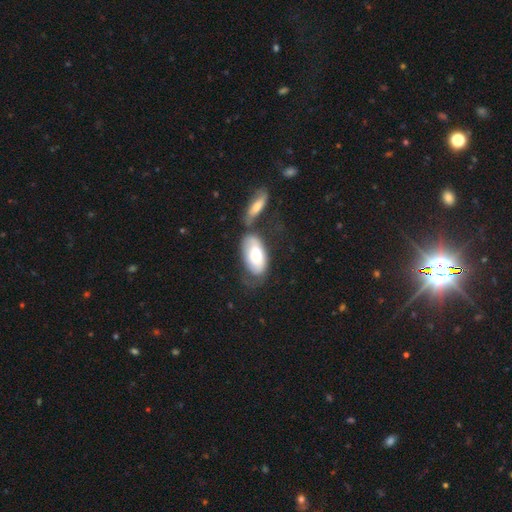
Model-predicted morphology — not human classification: A smooth galaxy with no disk features (63%) that is in between round and cigar-shaped (92%). Merging: none (38%).